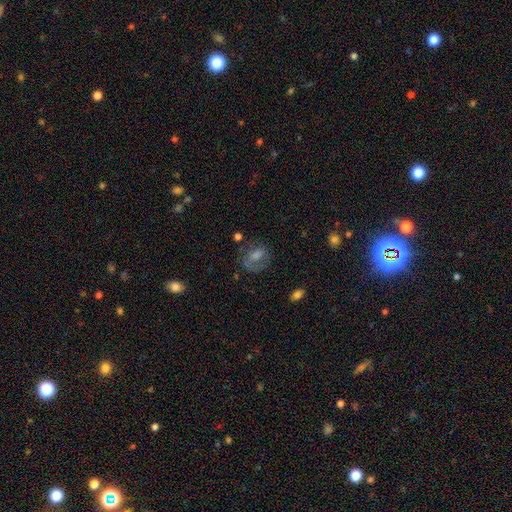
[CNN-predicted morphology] The model was most divided on "smooth or featured": featured or disk: 45%, smooth: 35%, star or artifact: 19%. More confident: merging — none (61%).